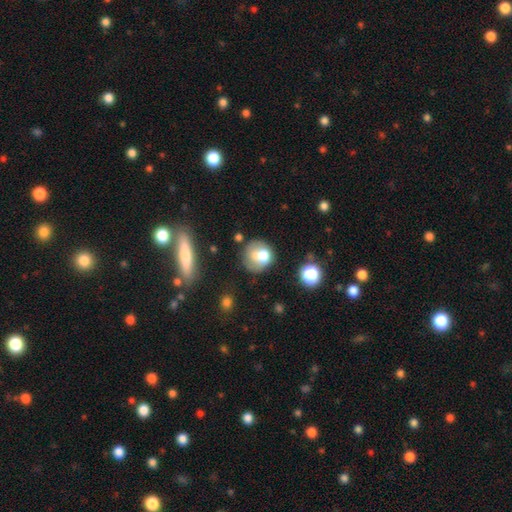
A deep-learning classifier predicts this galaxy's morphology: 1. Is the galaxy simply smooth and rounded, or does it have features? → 63% smooth, 27% featured or disk, 11% star or artifact.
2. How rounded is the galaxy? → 74% round, 24% in between, 1% cigar-shaped.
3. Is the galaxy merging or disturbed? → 43% none, 23% minor disturbance, 20% merger, 15% major disturbance.